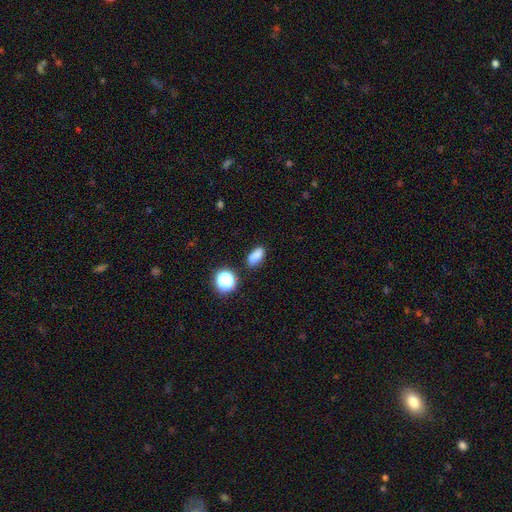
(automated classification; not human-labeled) A smooth galaxy with no disk features (81%) that is in between round and cigar-shaped (83%).

Vote fractions:
- Smooth or featured? smooth: 81% / star or artifact: 13% / featured or disk: 5%
- How rounded? in between: 83% / round: 11% / cigar-shaped: 7%
- Merging? none: 81% / minor disturbance: 12% / merger: 3% / major disturbance: 3%